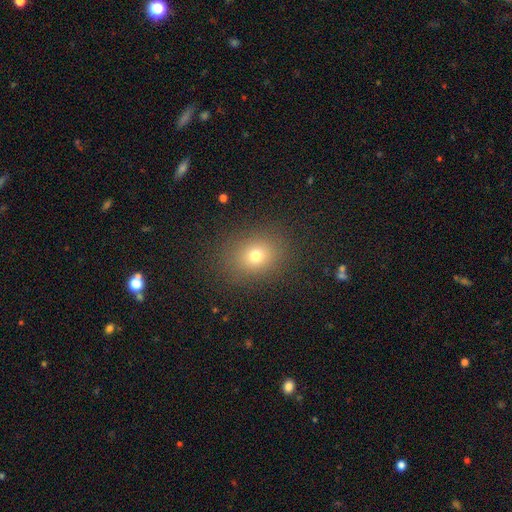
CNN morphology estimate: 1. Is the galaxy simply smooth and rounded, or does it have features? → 73% smooth, 17% star or artifact, 11% featured or disk.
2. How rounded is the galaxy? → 59% round, 40% in between, 1% cigar-shaped.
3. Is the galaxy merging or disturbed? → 87% none, 8% minor disturbance, 4% major disturbance, 1% merger.